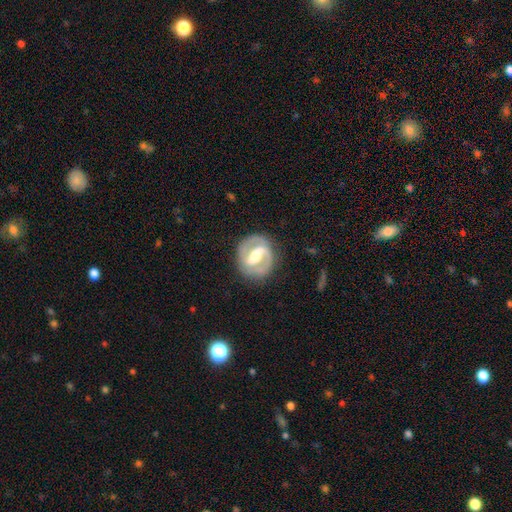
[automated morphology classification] Q: Smooth or featured?
A: featured or disk (86%); runner-up: smooth (9%)
Q: Edge-on disk?
A: no (97%); runner-up: yes (3%)
Q: Bar?
A: strong (56%); runner-up: weak (33%)
Q: Spiral arms?
A: yes (92%); runner-up: no (8%)
Q: Spiral winding?
A: medium (48%); runner-up: tight (41%)
Q: Spiral arm count?
A: 2 (91%); runner-up: can't tell (4%)
Q: Bulge size?
A: moderate (59%); runner-up: small (20%)
Q: Merging?
A: none (83%); runner-up: minor disturbance (11%)